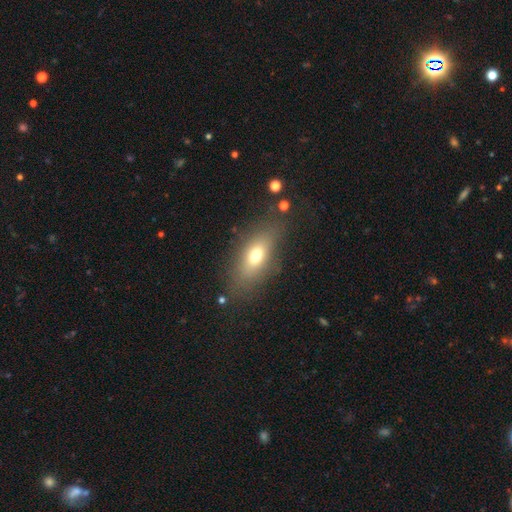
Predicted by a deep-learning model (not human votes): A smooth galaxy with no disk features (68%) that is in between round and cigar-shaped (74%).

Vote fractions:
- Smooth or featured? smooth: 68% / featured or disk: 21% / star or artifact: 11%
- How rounded? in between: 74% / cigar-shaped: 16% / round: 9%
- Merging? none: 78% / minor disturbance: 13% / major disturbance: 7% / merger: 2%